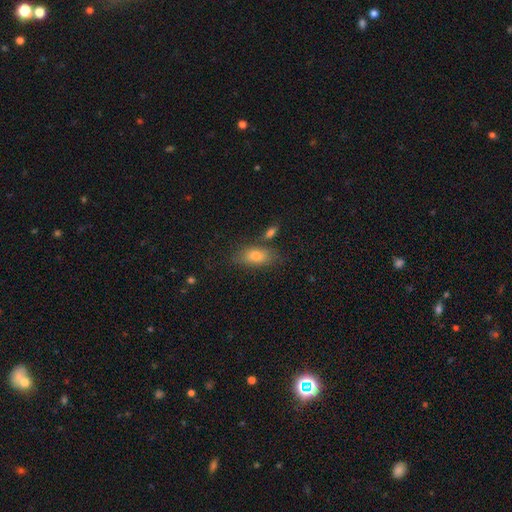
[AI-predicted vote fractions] This is likely a smooth galaxy (75%). How rounded: clearly in between (83%). Merging: likely none (71%).